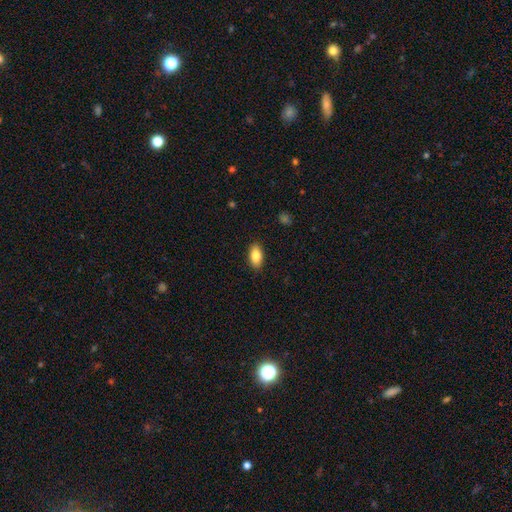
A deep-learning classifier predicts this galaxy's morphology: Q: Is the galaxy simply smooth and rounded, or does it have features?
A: smooth — 85%.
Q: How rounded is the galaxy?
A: in between — 92%.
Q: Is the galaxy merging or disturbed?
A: none — 89%.